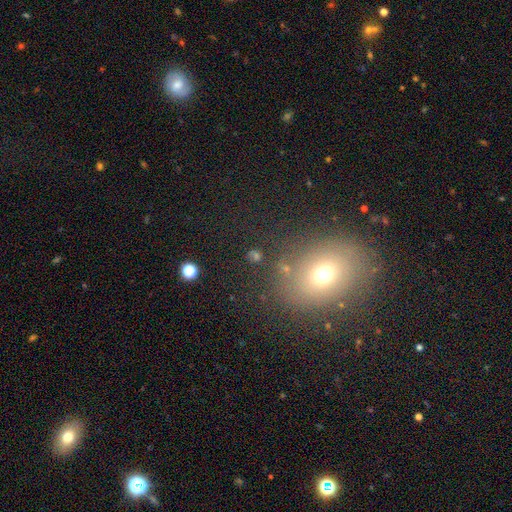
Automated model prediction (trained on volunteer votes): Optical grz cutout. It shows a smooth galaxy with no disk features (62%) that is in between round and cigar-shaped (51%). Merging: none (79%).